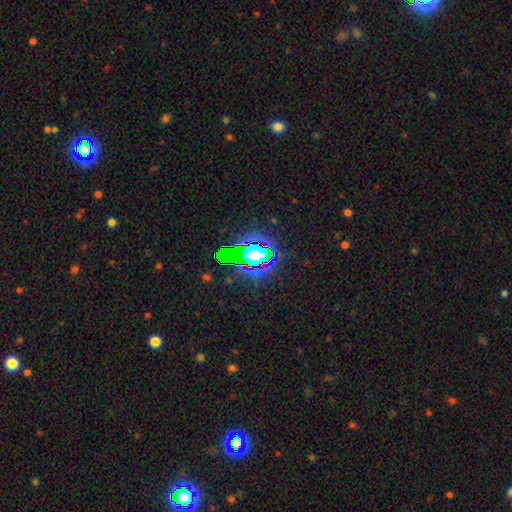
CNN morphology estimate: Overall: star or artifact (74%).